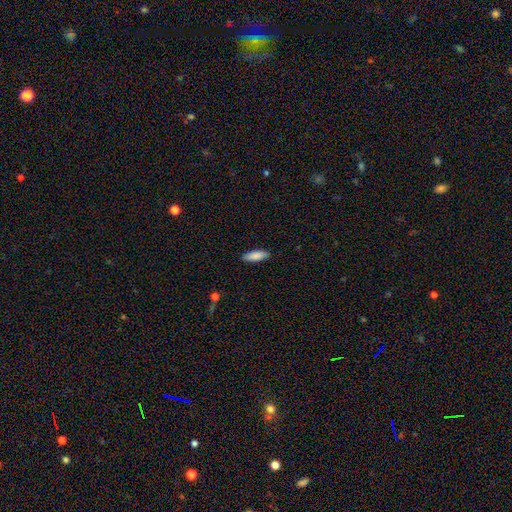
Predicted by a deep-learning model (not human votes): smooth-or-featured: smooth: 86% | featured or disk: 8% | star or artifact: 6%
  how-rounded: in between: 58% | cigar-shaped: 41% | round: 2%
  merging: none: 88% | minor disturbance: 9% | major disturbance: 2% | merger: 1%